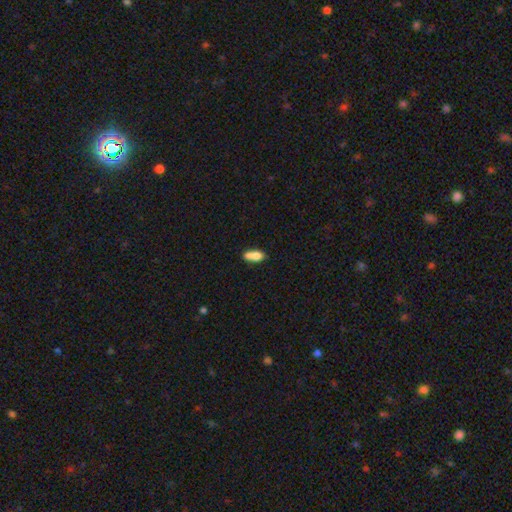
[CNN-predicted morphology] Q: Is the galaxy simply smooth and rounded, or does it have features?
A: smooth — 74%.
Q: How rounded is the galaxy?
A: in between — 80%.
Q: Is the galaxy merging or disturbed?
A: merger — 39%.